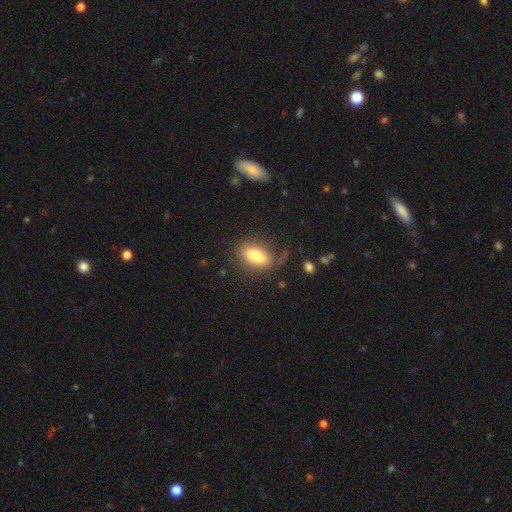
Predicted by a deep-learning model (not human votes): The model was most divided on "merging": none: 68%, minor disturbance: 19%, major disturbance: 9%, merger: 3%. More confident: how rounded — in between (88%); smooth or featured — smooth (79%).